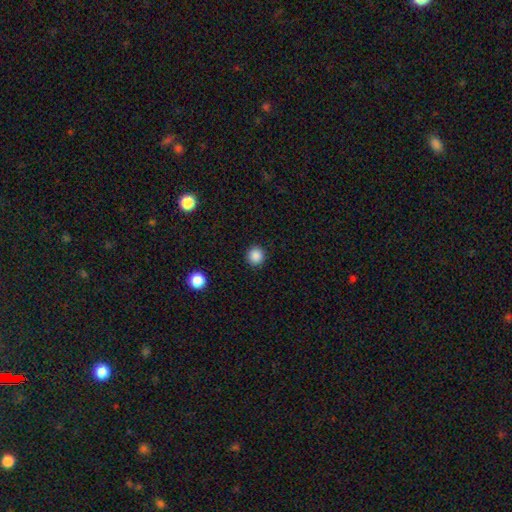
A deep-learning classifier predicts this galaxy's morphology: Q: Smooth or featured?
A: smooth (87%); runner-up: star or artifact (11%)
Q: How rounded?
A: round (94%); runner-up: in between (5%)
Q: Merging?
A: none (92%); runner-up: minor disturbance (5%)